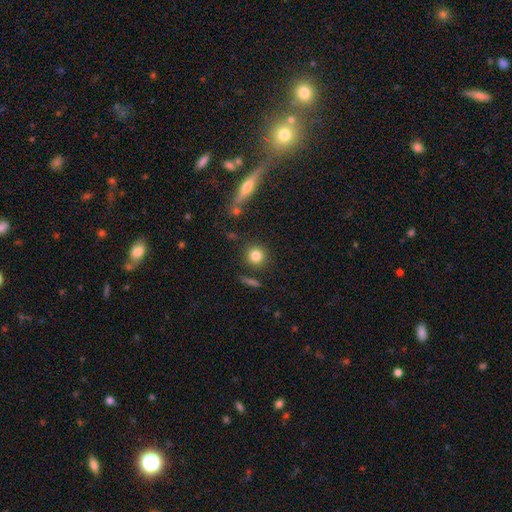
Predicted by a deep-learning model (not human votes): smooth-or-featured: smooth: 82% | star or artifact: 10% | featured or disk: 8%
  how-rounded: round: 89% | in between: 9% | cigar-shaped: 2%
  merging: none: 83% | minor disturbance: 8% | merger: 6% | major disturbance: 3%